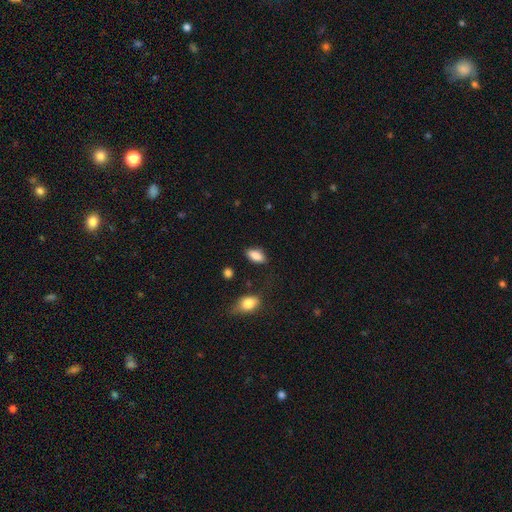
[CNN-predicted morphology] smooth-or-featured: smooth: 85% | star or artifact: 7% | featured or disk: 7%
  how-rounded: in between: 90% | cigar-shaped: 6% | round: 4%
  merging: none: 80% | minor disturbance: 14% | major disturbance: 4% | merger: 2%